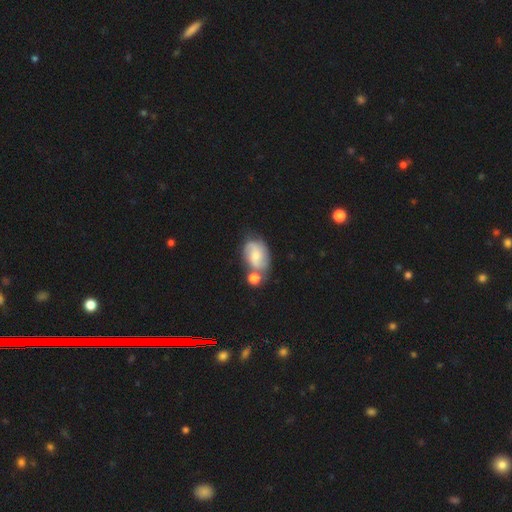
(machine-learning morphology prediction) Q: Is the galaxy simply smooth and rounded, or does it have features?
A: featured or disk — 61%.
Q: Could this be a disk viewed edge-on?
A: no — 97%.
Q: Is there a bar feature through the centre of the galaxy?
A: no — 54%.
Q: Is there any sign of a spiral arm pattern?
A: yes — 88%.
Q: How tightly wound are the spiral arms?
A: medium — 47%.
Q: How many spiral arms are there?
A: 2 — 75%.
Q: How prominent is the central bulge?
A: small — 54%.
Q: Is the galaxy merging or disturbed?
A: none — 43%.